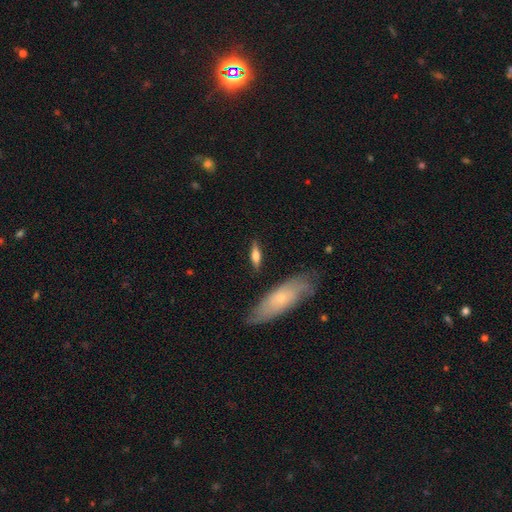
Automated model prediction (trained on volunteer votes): Smooth or featured?
  - smooth: 51% *
  - featured or disk: 42%
  - star or artifact: 7%
How rounded?
  - cigar-shaped: 53% *
  - in between: 43%
  - round: 4%
Merging?
  - none: 79% *
  - minor disturbance: 13%
  - merger: 4%
  - major disturbance: 4%